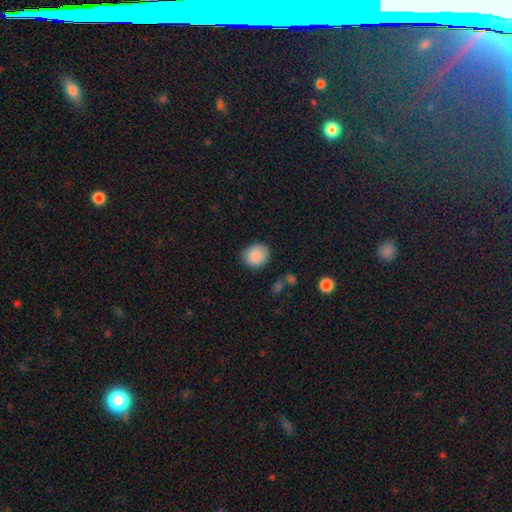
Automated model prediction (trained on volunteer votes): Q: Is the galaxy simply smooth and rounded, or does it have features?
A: smooth — 88%.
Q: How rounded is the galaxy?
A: round — 67%.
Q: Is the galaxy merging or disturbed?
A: none — 82%.